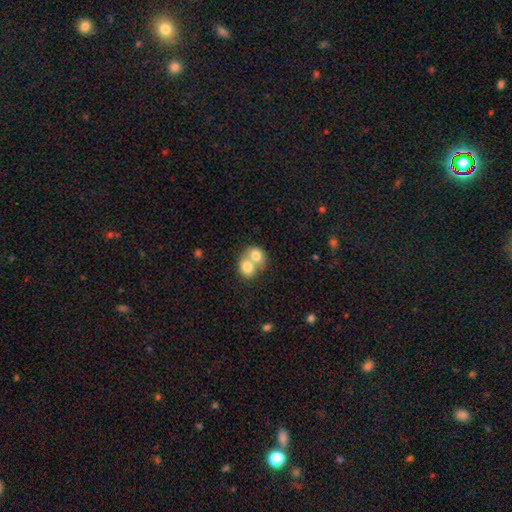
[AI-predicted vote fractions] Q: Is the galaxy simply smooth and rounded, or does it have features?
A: smooth — 74%.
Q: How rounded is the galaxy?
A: round — 60%.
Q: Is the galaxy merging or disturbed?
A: merger — 75%.